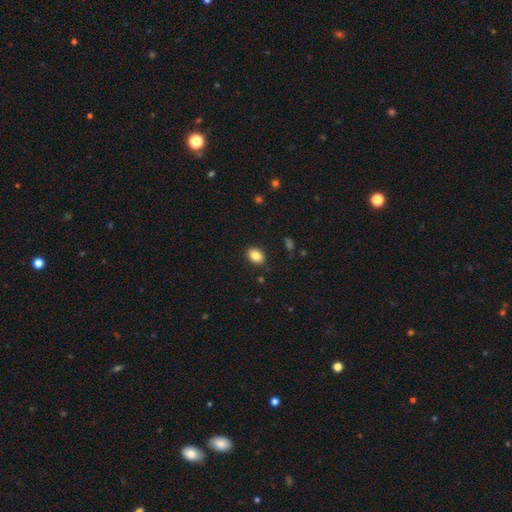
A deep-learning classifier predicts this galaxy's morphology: smooth-or-featured: smooth: 85% | star or artifact: 9% | featured or disk: 7%
  how-rounded: in between: 77% | round: 22% | cigar-shaped: 1%
  merging: none: 89% | minor disturbance: 8% | major disturbance: 2% | merger: 1%